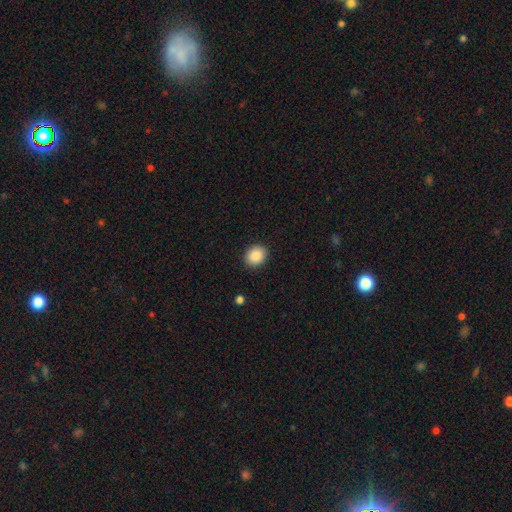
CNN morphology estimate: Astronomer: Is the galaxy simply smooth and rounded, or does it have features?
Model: smooth — 89%.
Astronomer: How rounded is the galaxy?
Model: round — 59% (runner-up: in between, 41%).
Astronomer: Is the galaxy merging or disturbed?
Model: none — 90%.